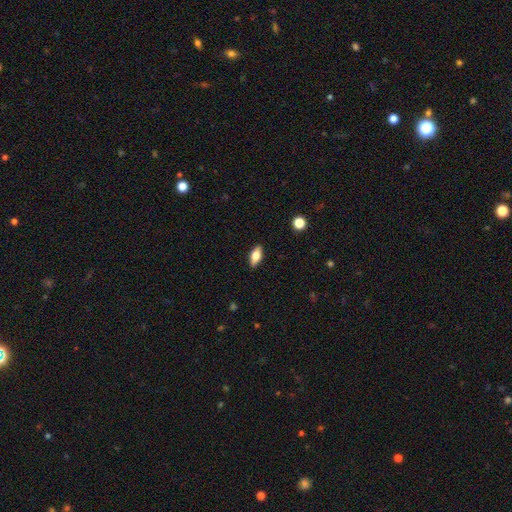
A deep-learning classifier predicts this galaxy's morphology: Q: Smooth or featured?
A: smooth (67%); runner-up: featured or disk (26%)
Q: How rounded?
A: in between (82%); runner-up: cigar-shaped (14%)
Q: Merging?
A: none (89%); runner-up: minor disturbance (9%)